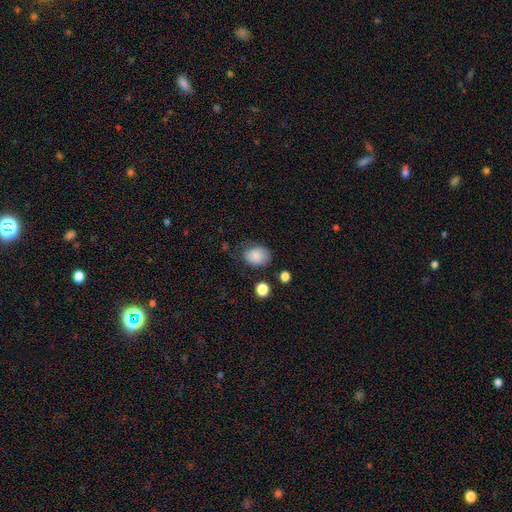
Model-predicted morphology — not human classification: Smooth or featured?
  - smooth: 85% *
  - star or artifact: 8%
  - featured or disk: 6%
How rounded?
  - in between: 66% *
  - round: 33%
  - cigar-shaped: 1%
Merging?
  - none: 67% *
  - minor disturbance: 23%
  - major disturbance: 7%
  - merger: 3%